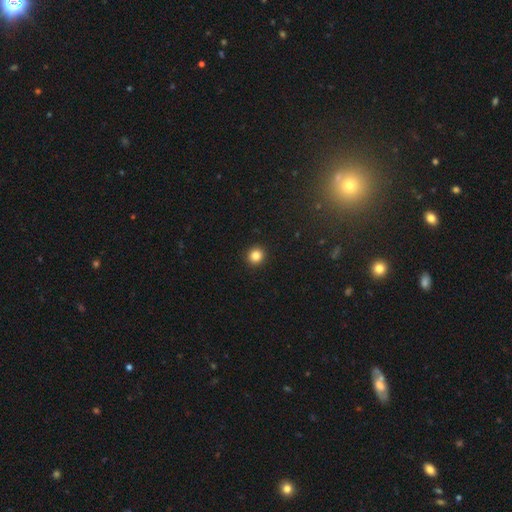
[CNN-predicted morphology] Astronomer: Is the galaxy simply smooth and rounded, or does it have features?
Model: smooth — 84%.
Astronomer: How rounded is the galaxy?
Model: round — 93%.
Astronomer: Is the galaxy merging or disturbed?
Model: none — 93%.